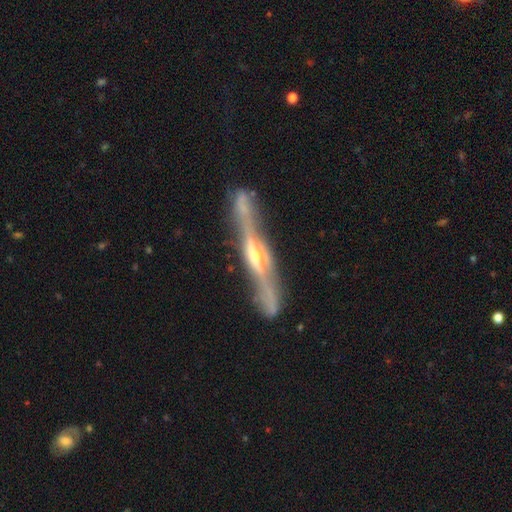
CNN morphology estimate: A featured or disk galaxy (84%) viewed edge-on (89%) with a rounded central bulge (73%). Merging: none (70%).